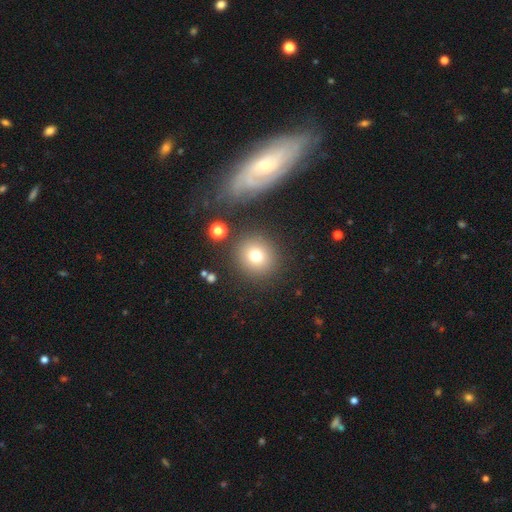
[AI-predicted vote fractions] Smooth or featured? smooth (75%)
How rounded? round (90%)
Merging? none (85%)